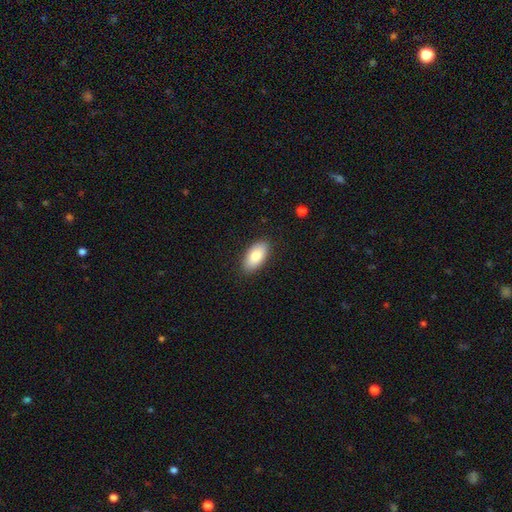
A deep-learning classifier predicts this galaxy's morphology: This appears to be a smooth galaxy with no disk features (83%) that is in between round and cigar-shaped (93%). Merging: none (88%).